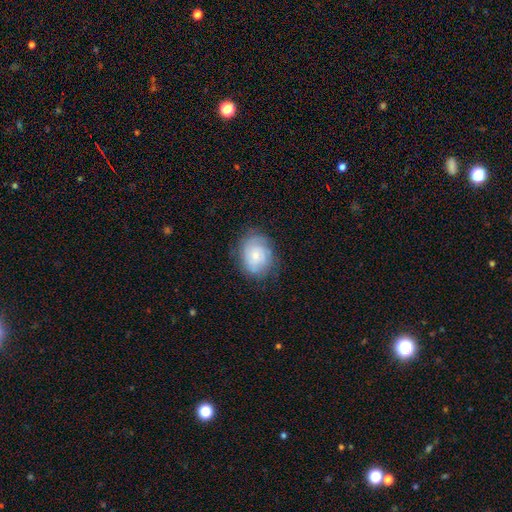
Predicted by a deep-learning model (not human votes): smooth-or-featured: featured or disk: 54% | smooth: 38% | star or artifact: 8%
  disk-edge-on: no: 97% | yes: 3%
    bar: no: 77% | weak: 20% | strong: 3%
    has-spiral-arms: yes: 87% | no: 13%
    bulge-size: small: 58% | moderate: 33% | none: 5% | large: 4% | dominant: 1%
  merging: none: 72% | minor disturbance: 19% | major disturbance: 7% | merger: 1%